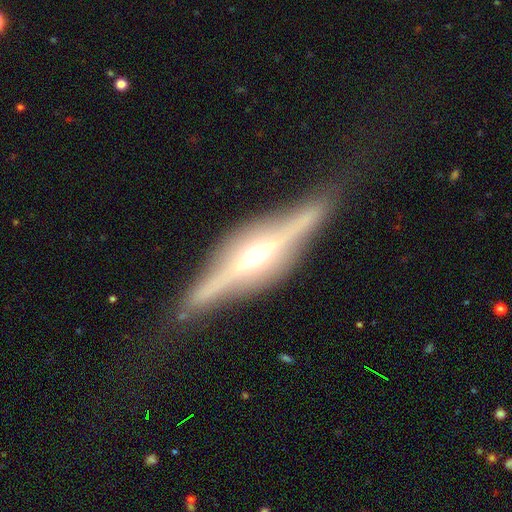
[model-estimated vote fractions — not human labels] Smooth or featured: featured or disk — 82% (smooth — 11%)
Edge-on disk: yes — 95% (no — 5%)
Edge-on bulge: rounded — 73% (boxy — 21%)
Merging: none — 78% (minor disturbance — 15%)